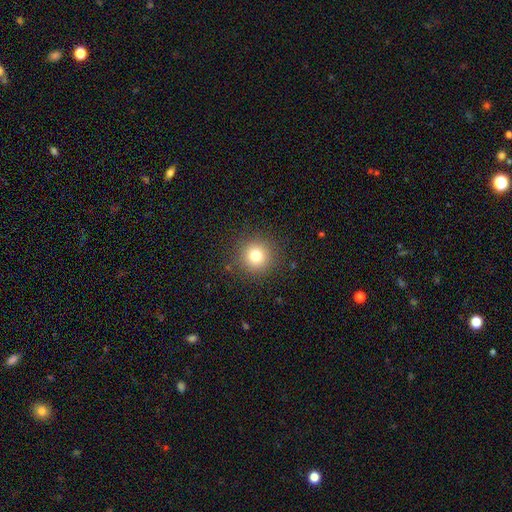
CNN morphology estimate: A smooth galaxy with no disk features (78%) that is round (95%). Merging: none (89%).